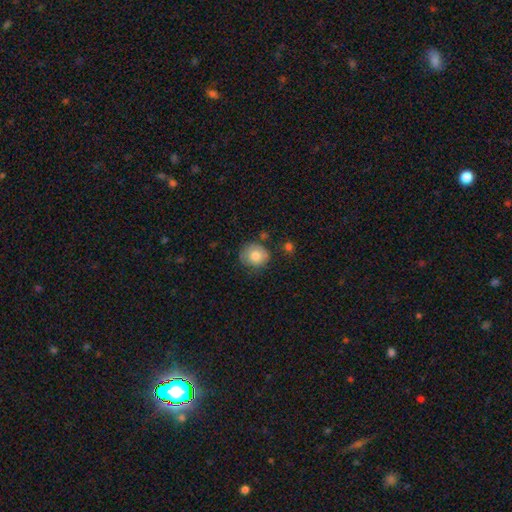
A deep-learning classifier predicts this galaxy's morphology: Q: Smooth or featured?
A: smooth (77%); runner-up: featured or disk (15%)
Q: How rounded?
A: round (83%); runner-up: in between (16%)
Q: Merging?
A: none (69%); runner-up: minor disturbance (22%)